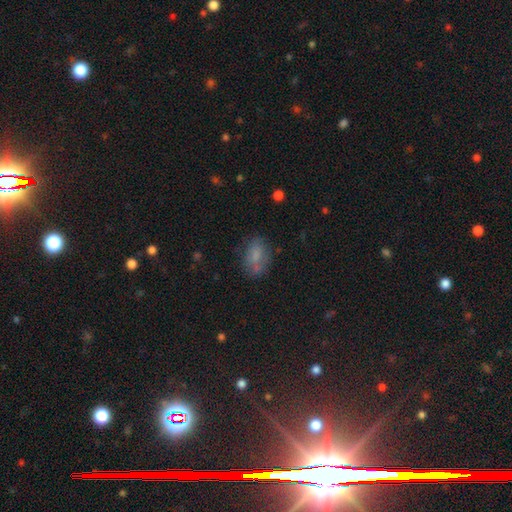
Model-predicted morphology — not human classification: Smooth or featured? smooth (69%)
How rounded? in between (83%)
Merging? none (61%)